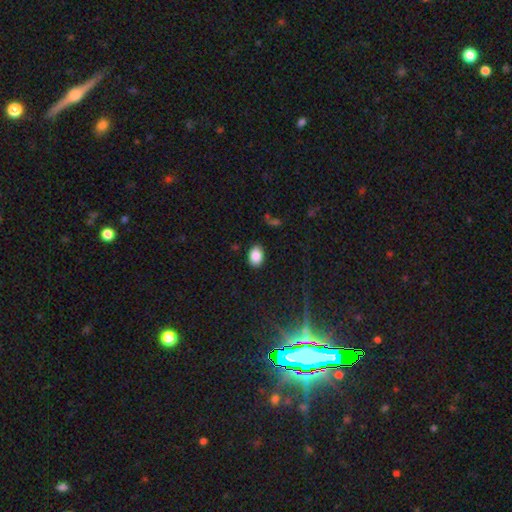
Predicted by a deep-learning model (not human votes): Smooth or featured: smooth — 87% (star or artifact — 8%)
How rounded: in between — 78% (round — 21%)
Merging: none — 87% (minor disturbance — 9%)